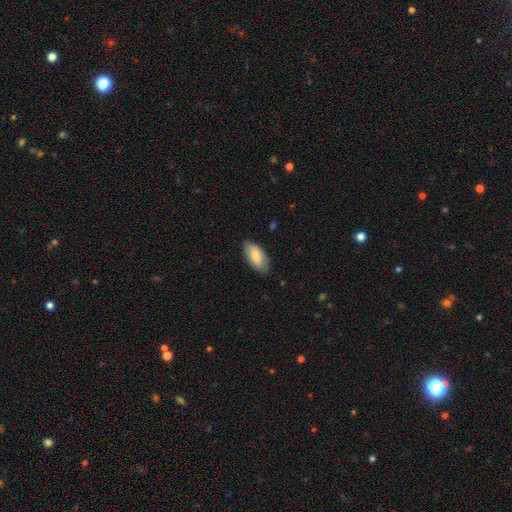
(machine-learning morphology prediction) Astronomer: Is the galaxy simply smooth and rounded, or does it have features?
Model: smooth — 75%.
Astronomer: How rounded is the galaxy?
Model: in between — 93%.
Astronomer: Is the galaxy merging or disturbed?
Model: none — 77%.